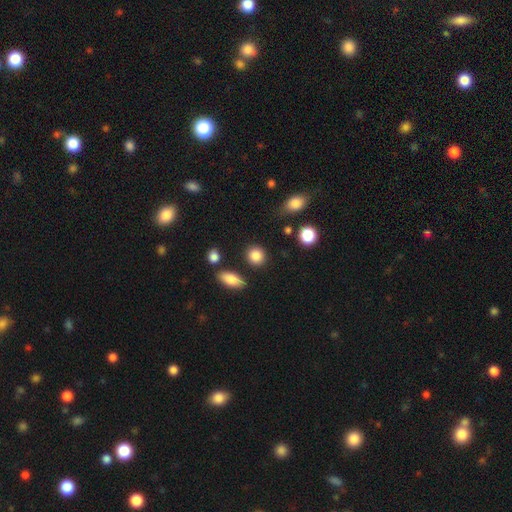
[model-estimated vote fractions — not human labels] Q: Smooth or featured?
A: smooth (86%); runner-up: star or artifact (9%)
Q: How rounded?
A: round (81%); runner-up: in between (18%)
Q: Merging?
A: none (85%); runner-up: minor disturbance (9%)